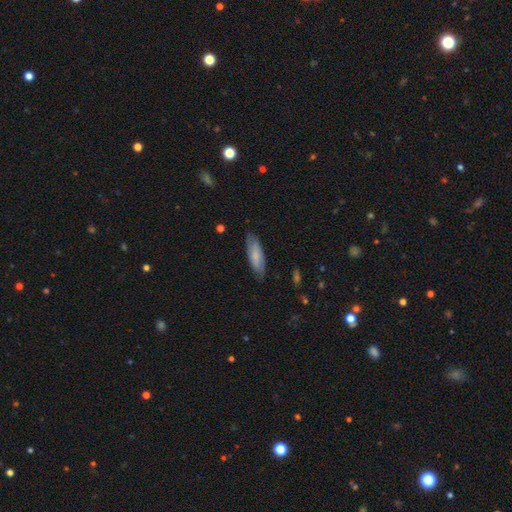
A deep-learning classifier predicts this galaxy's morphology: smooth 67%, featured or disk 27%, star or artifact 6%. Down the decision tree: how rounded — in between (54%); merging — none (79%).